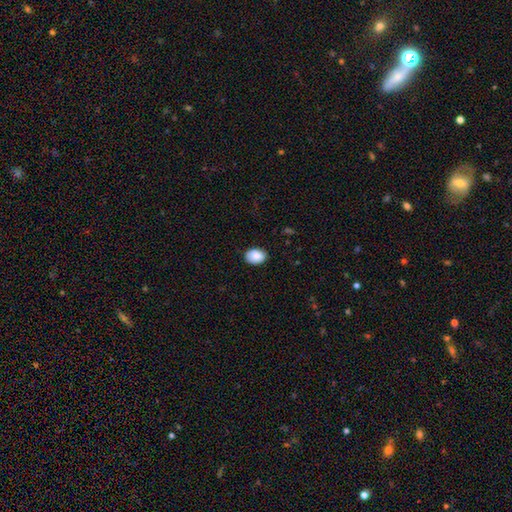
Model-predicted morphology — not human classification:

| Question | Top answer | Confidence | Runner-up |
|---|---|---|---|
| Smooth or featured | smooth | 89% | star or artifact (7%) |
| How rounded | in between | 72% | round (27%) |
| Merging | none | 84% | minor disturbance (13%) |